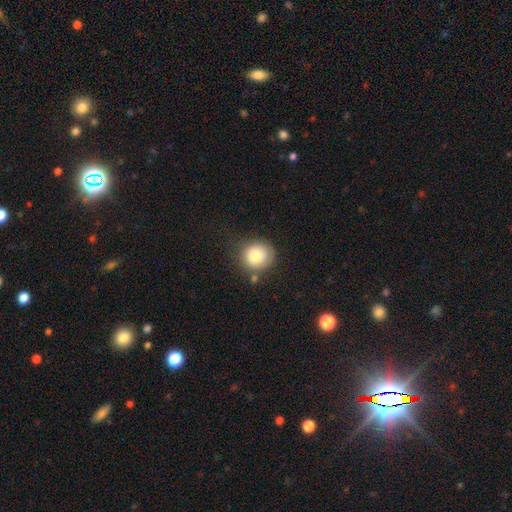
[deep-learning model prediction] Morphology: type=smooth (83%); roundness=round (86%); merging=none (71%).